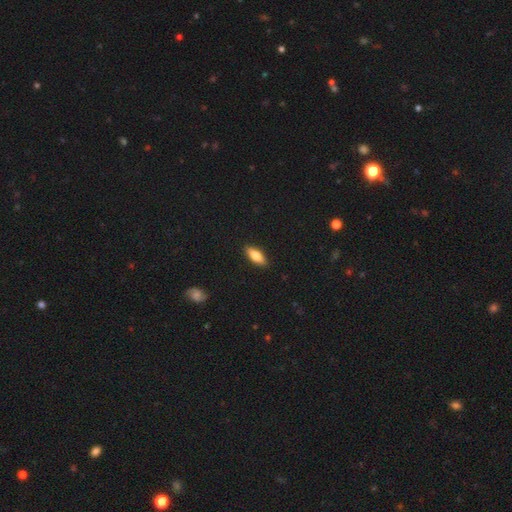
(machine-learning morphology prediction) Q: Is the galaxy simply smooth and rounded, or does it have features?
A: smooth — 72%.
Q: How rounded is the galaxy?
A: in between — 70%.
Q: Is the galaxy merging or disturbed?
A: none — 90%.